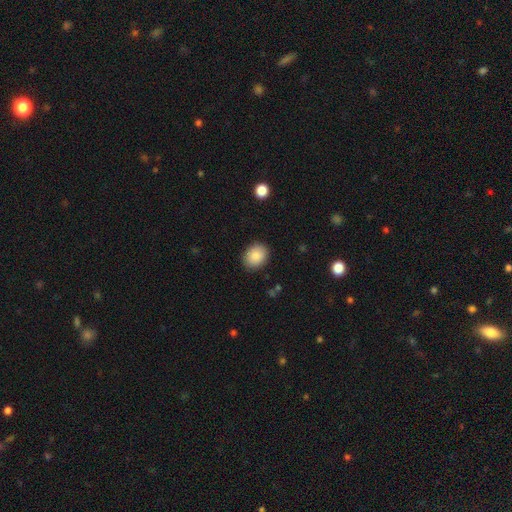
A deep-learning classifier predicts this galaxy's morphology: This is clearly a smooth galaxy (88%). How rounded: possibly round (50%). Merging: clearly none (88%).